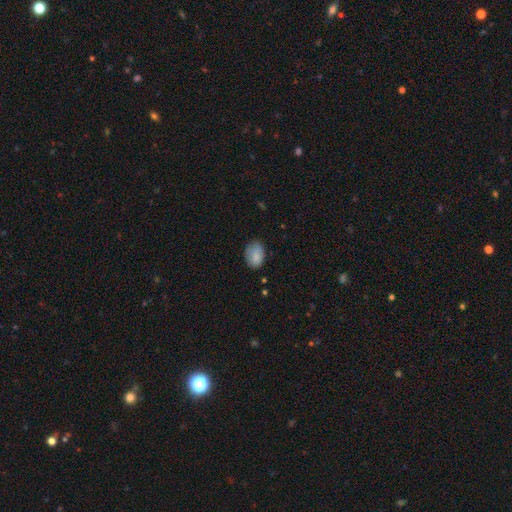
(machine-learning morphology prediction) smooth-or-featured: smooth: 83% | featured or disk: 9% | star or artifact: 8%
  how-rounded: in between: 84% | round: 15% | cigar-shaped: 1%
  merging: none: 68% | minor disturbance: 25% | major disturbance: 5% | merger: 1%